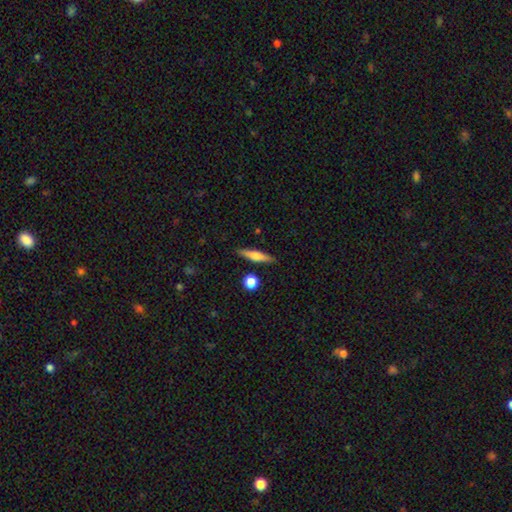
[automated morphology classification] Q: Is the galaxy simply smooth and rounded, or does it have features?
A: smooth — 50%.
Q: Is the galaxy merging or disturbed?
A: none — 87%.